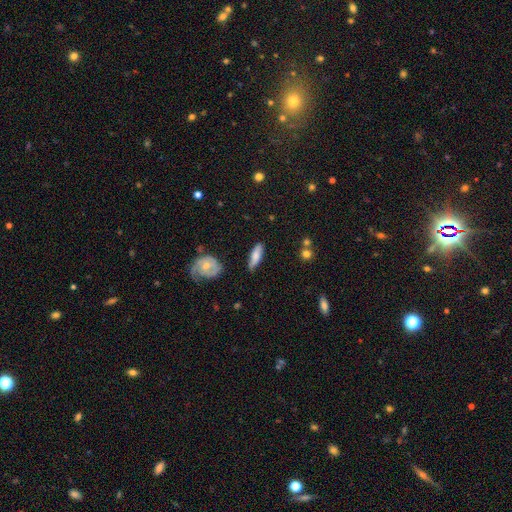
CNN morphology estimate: Smooth or featured: smooth — 71% (featured or disk — 23%)
How rounded: cigar-shaped — 51% (in between — 46%)
Merging: none — 77% (minor disturbance — 16%)